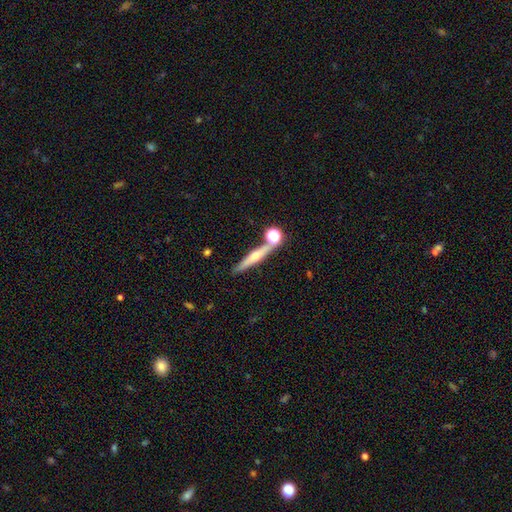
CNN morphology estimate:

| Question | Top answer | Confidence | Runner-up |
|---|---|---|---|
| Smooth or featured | featured or disk | 58% | smooth (33%) |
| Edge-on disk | yes | 93% | no (7%) |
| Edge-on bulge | rounded | 86% | none (9%) |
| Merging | none | 75% | merger (12%) |